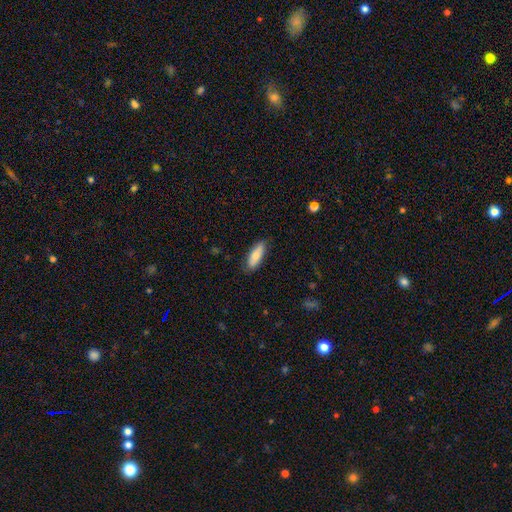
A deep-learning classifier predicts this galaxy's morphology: Overall: smooth (79%). How rounded: in between (62%; cigar-shaped 36%). Merging: none (82%).